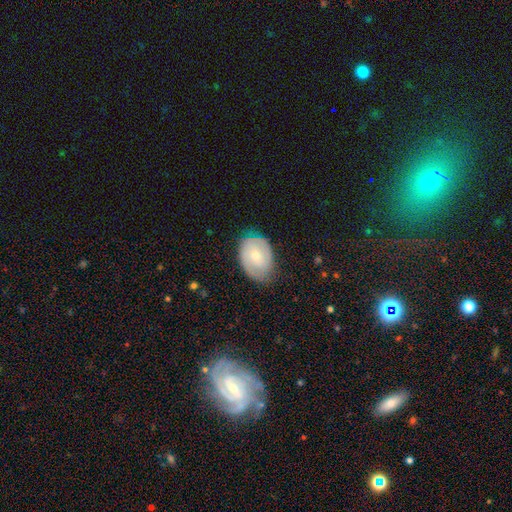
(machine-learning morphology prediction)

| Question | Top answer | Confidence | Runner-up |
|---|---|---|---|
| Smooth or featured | smooth | 49% | featured or disk (45%) |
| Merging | none | 68% | minor disturbance (24%) |